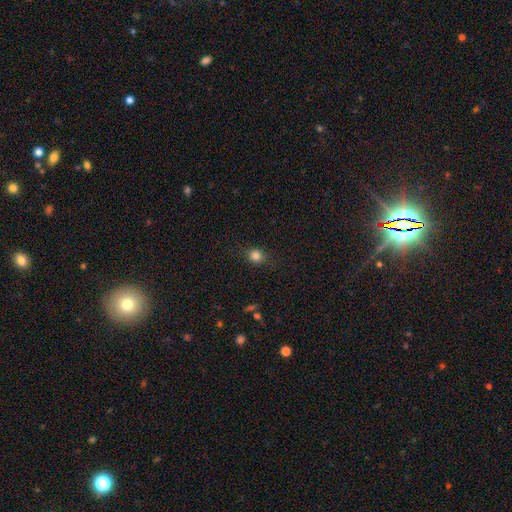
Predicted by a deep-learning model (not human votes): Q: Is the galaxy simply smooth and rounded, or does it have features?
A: smooth — 80%.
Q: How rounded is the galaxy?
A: round — 76%.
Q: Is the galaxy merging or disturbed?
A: none — 80%.